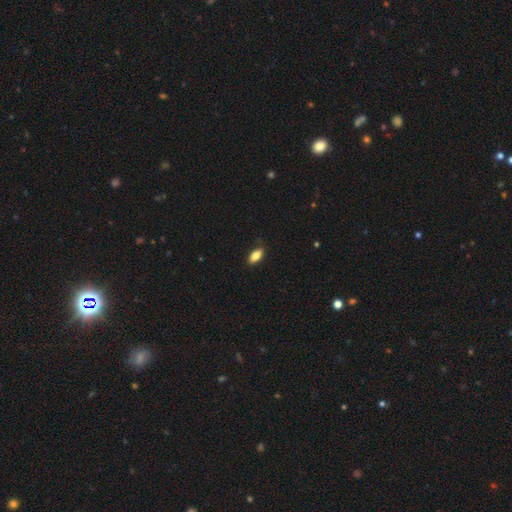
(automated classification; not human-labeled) smooth-or-featured: smooth: 85% | featured or disk: 8% | star or artifact: 8%
  how-rounded: in between: 90% | cigar-shaped: 7% | round: 3%
  merging: none: 86% | minor disturbance: 11% | major disturbance: 2% | merger: 1%